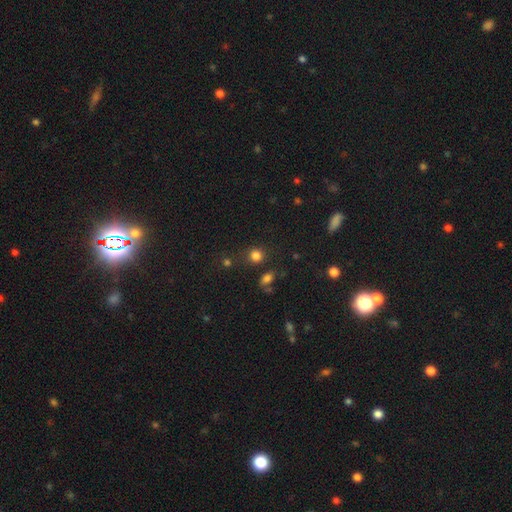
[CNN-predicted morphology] smooth_or_featured: smooth (p=0.79) [alt: star or artifact p=0.16]
how_rounded: round (p=0.85) [alt: in between p=0.14]
merging: none (p=0.78) [alt: minor disturbance p=0.10]